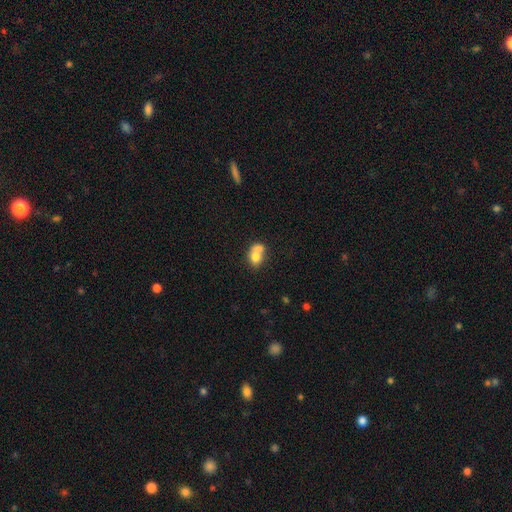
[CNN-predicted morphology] Smooth or featured? Predicted: smooth (p=0.71). How rounded? Predicted: in between (p=0.60). Merging? Predicted: merger (p=0.57).